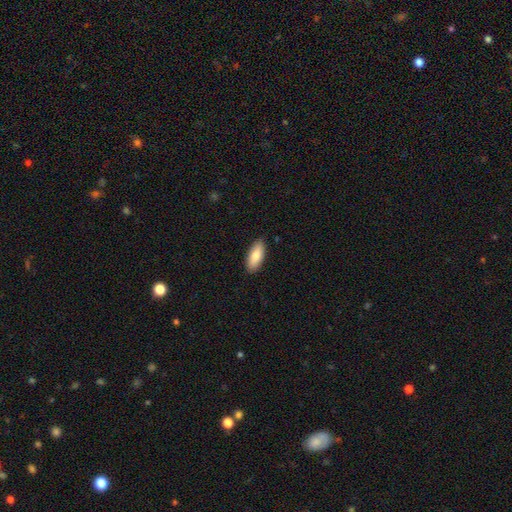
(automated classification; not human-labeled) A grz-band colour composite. It shows a smooth galaxy with no disk features (83%) that is in between round and cigar-shaped (82%). Merging: none (89%).